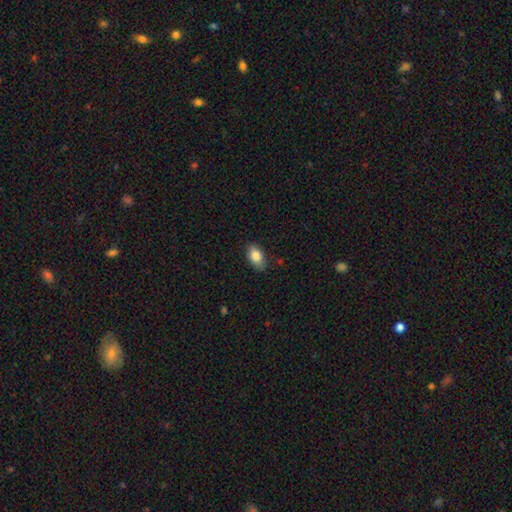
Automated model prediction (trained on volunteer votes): Smooth or featured?
  - smooth: 84% *
  - featured or disk: 8%
  - star or artifact: 7%
How rounded?
  - in between: 90% *
  - round: 7%
  - cigar-shaped: 3%
Merging?
  - none: 82% *
  - minor disturbance: 15%
  - major disturbance: 3%
  - merger: 1%